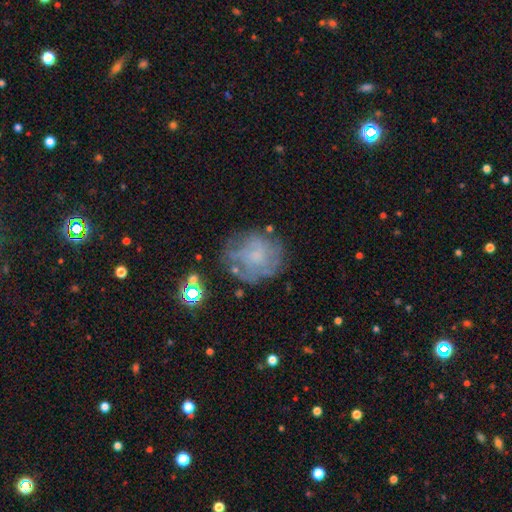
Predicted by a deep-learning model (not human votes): Smooth or featured: featured or disk — 52% (smooth — 36%)
Edge-on disk: no — 97% (yes — 3%)
Bar: no — 81% (weak — 17%)
Spiral arms: no — 52% (yes — 48%)
Bulge size: small — 38% (none — 35%)
Merging: none — 62% (minor disturbance — 21%)